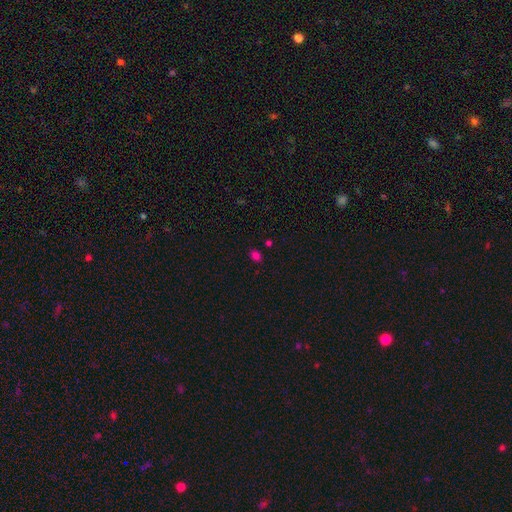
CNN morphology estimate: Smooth or featured? smooth (77%)
How rounded? in between (65%)
Merging? none (85%)